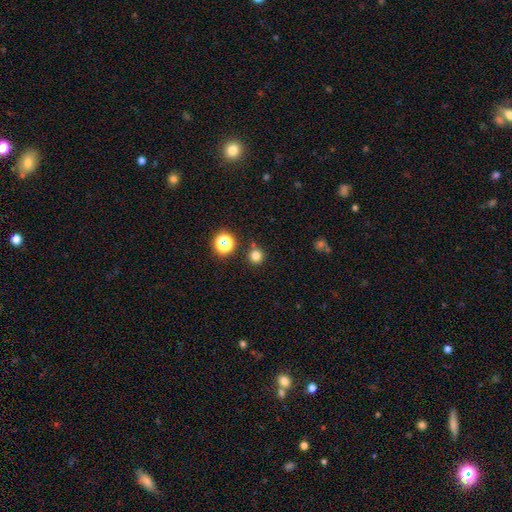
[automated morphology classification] A smooth galaxy with no disk features (77%) that is round (94%).

Vote fractions:
- Smooth or featured? smooth: 77% / star or artifact: 18% / featured or disk: 5%
- How rounded? round: 94% / in between: 5% / cigar-shaped: 1%
- Merging? none: 83% / minor disturbance: 7% / merger: 7% / major disturbance: 3%